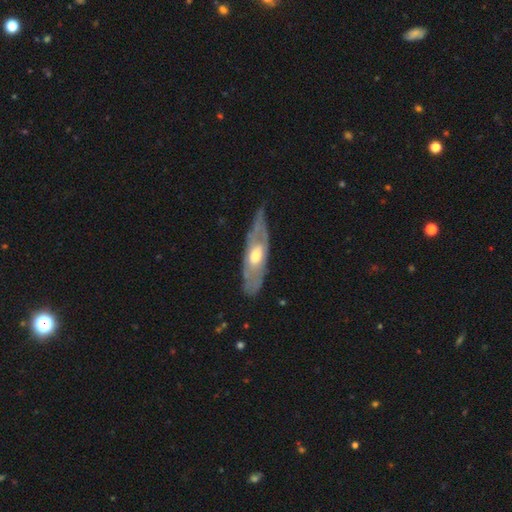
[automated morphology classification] Smooth or featured? featured or disk (63%)
Edge-on disk? no (66%)
Merging? none (50%)